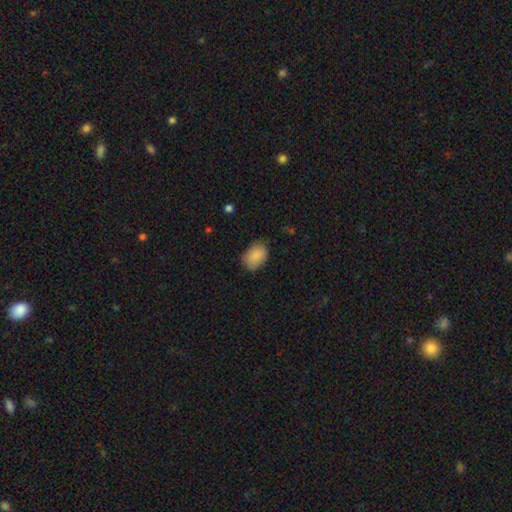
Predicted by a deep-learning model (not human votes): Smooth or featured? smooth (88%)
How rounded? in between (80%)
Merging? none (75%)